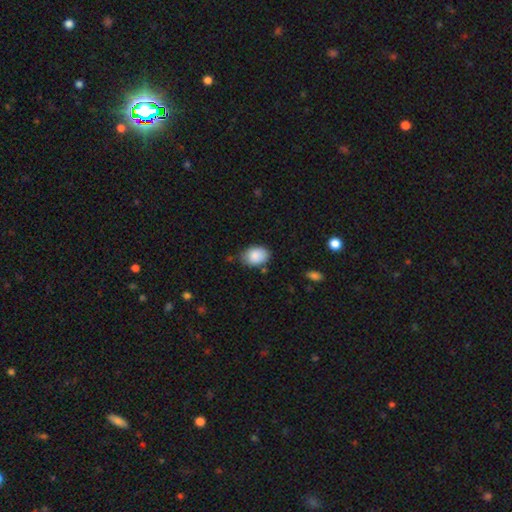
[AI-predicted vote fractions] Smooth or featured? smooth (88%)
How rounded? in between (81%)
Merging? none (73%)